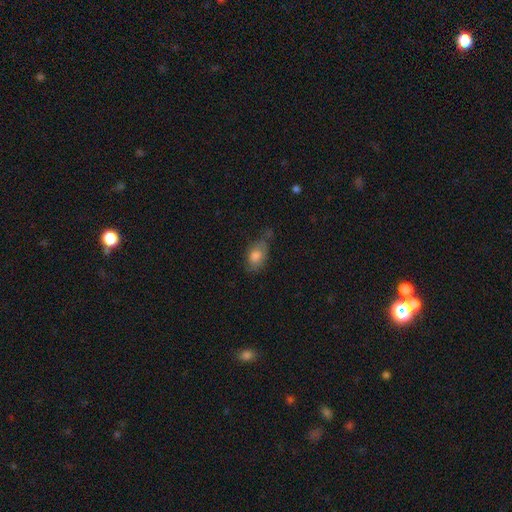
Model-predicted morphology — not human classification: Smooth or featured?
  - smooth: 76% *
  - featured or disk: 16%
  - star or artifact: 9%
How rounded?
  - in between: 85% *
  - round: 12%
  - cigar-shaped: 3%
Merging?
  - none: 42% *
  - minor disturbance: 35%
  - major disturbance: 17%
  - merger: 6%